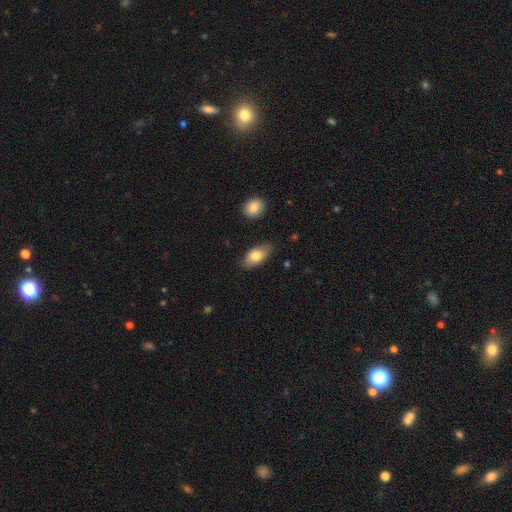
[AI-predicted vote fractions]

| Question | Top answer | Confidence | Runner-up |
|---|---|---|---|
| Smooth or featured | smooth | 76% | featured or disk (18%) |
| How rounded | in between | 89% | cigar-shaped (7%) |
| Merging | none | 83% | minor disturbance (13%) |